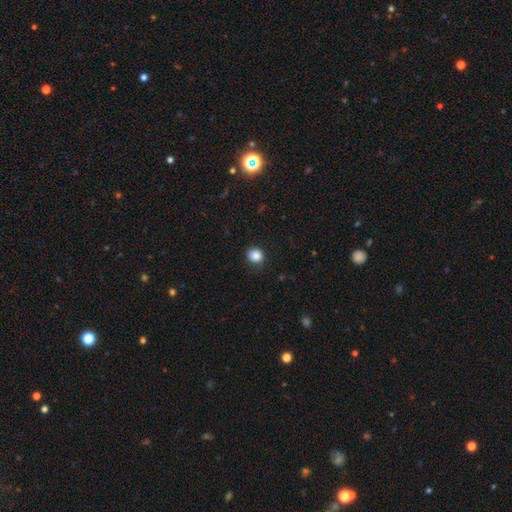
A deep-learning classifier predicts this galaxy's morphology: The model was most divided on "how rounded": round: 81%, in between: 19%, cigar-shaped: 1%. More confident: smooth or featured — smooth (86%); merging — none (80%).